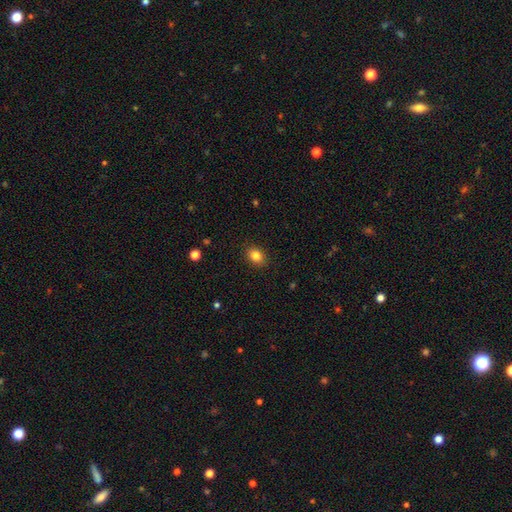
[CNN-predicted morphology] type=smooth (84%); roundness=in between (63%); merging=none (89%).